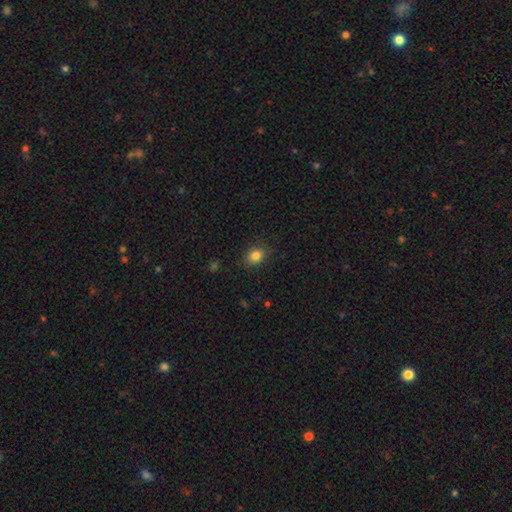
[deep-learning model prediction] smooth-or-featured: smooth: 83% | star or artifact: 11% | featured or disk: 6%
  how-rounded: round: 55% | in between: 44% | cigar-shaped: 1%
  merging: none: 84% | minor disturbance: 12% | major disturbance: 3% | merger: 1%